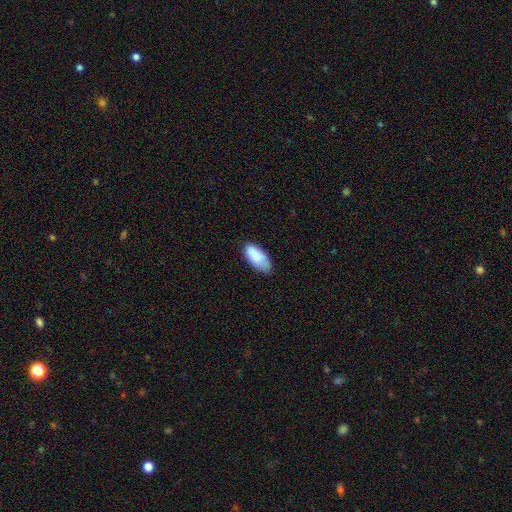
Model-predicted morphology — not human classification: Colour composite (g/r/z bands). It shows a smooth galaxy with no disk features (86%) that is in between round and cigar-shaped (91%). Merging: none (69%).